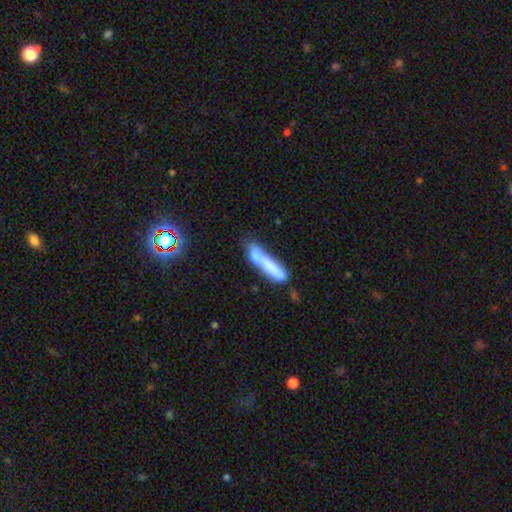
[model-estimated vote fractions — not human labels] A smooth galaxy with no disk features (68%) that is cigar-shaped (74%). Merging: merger (47%).